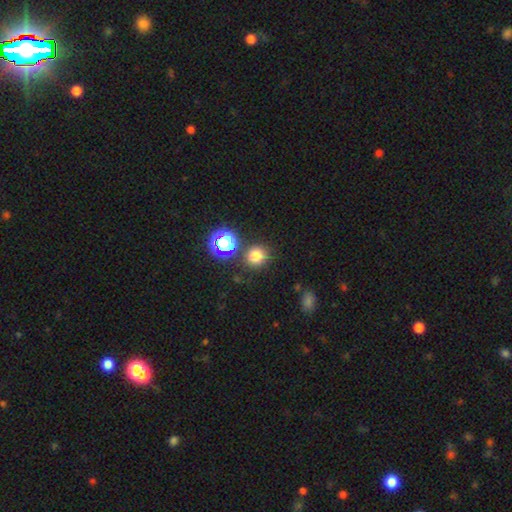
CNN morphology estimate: smooth-or-featured: smooth: 74% | star or artifact: 19% | featured or disk: 6%
  how-rounded: round: 88% | in between: 11% | cigar-shaped: 1%
  merging: none: 79% | minor disturbance: 9% | merger: 8% | major disturbance: 3%